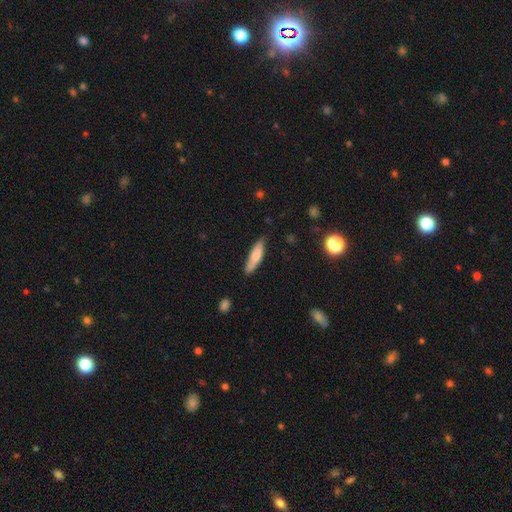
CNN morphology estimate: smooth 74%, featured or disk 20%, star or artifact 6%. Down the decision tree: how rounded — cigar-shaped (70%); merging — none (75%).